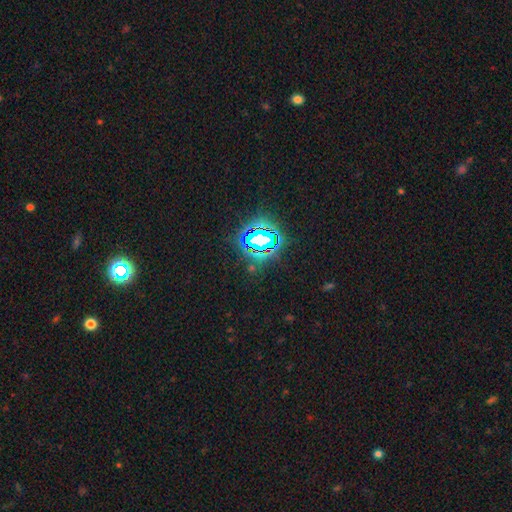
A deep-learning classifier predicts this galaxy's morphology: Smooth or featured?
  - star or artifact: 84% *
  - smooth: 11%
  - featured or disk: 6%